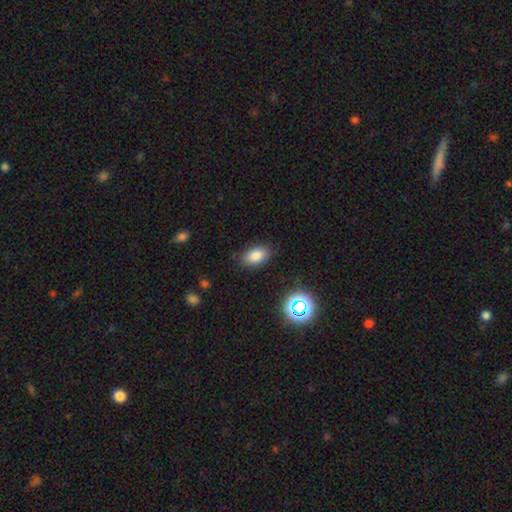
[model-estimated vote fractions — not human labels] Smooth or featured: smooth — 81% (star or artifact — 12%)
How rounded: in between — 90% (round — 7%)
Merging: none — 84% (minor disturbance — 11%)